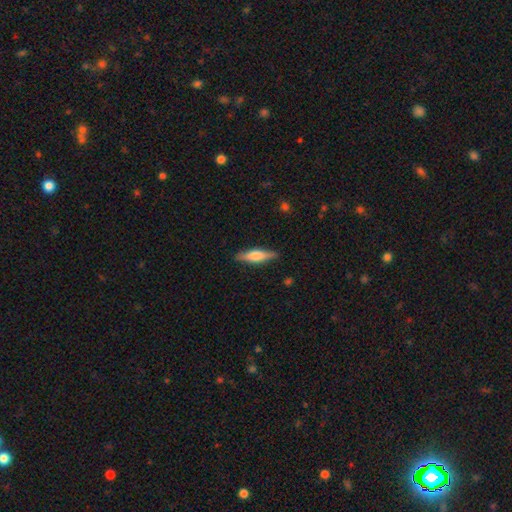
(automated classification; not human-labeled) This is possibly a smooth galaxy (49%). Merging: clearly none (88%).